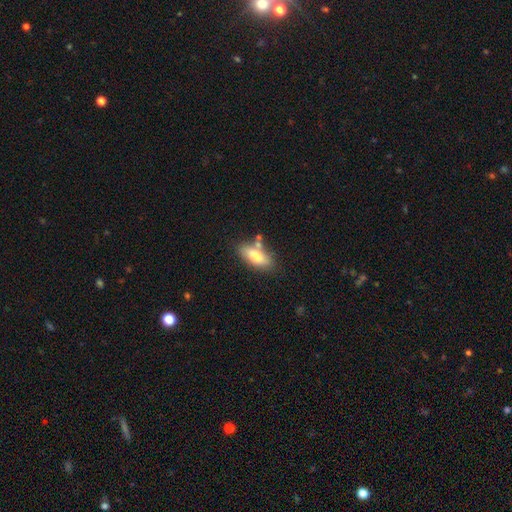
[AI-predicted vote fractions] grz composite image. It shows a smooth galaxy with no disk features (77%) that is in between round and cigar-shaped (76%). Merging: none (69%).